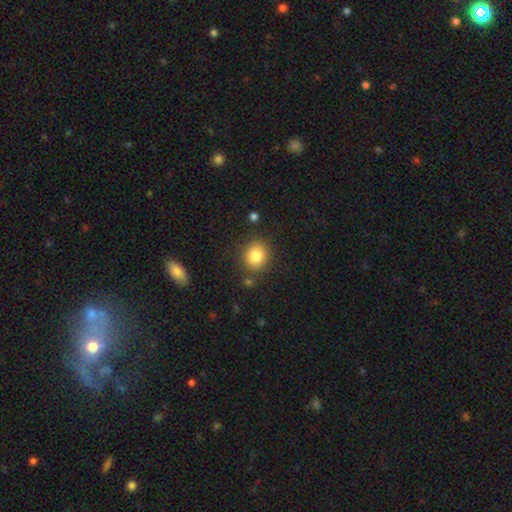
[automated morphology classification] Q: Smooth or featured?
A: smooth (83%); runner-up: star or artifact (10%)
Q: How rounded?
A: round (74%); runner-up: in between (25%)
Q: Merging?
A: none (84%); runner-up: minor disturbance (10%)